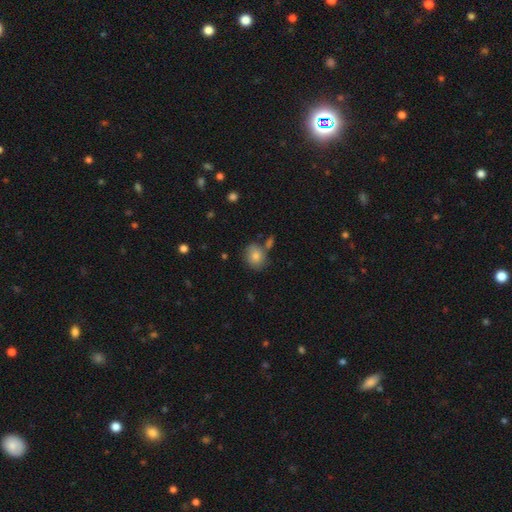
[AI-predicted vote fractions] The model was most divided on "how rounded": round: 58%, in between: 41%, cigar-shaped: 1%. More confident: smooth or featured — smooth (81%); merging — none (68%).